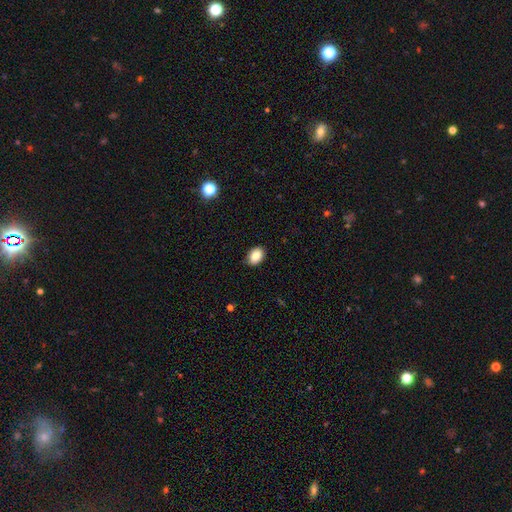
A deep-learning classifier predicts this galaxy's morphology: smooth 85%, star or artifact 8%, featured or disk 7%. Down the decision tree: how rounded — in between (79%); merging — none (87%).